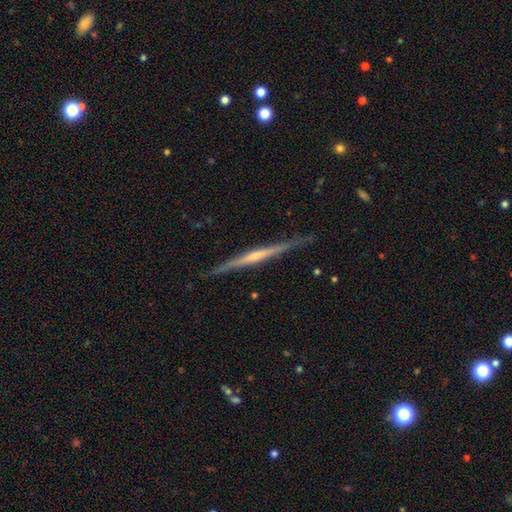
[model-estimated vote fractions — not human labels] Overall: featured or disk (75%). Edge-on disk: yes (98%). Edge-on bulge: none (48%; rounded 42%). Merging: none (87%).